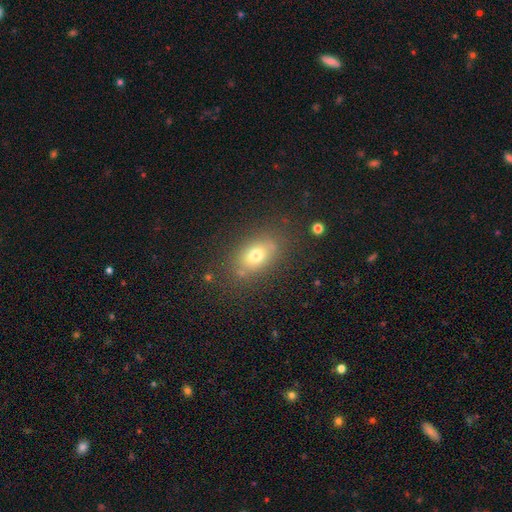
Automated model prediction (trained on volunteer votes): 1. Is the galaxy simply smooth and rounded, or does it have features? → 71% smooth, 17% featured or disk, 12% star or artifact.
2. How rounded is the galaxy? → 77% in between, 20% round, 3% cigar-shaped.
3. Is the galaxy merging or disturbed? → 76% none, 14% minor disturbance, 6% major disturbance, 4% merger.